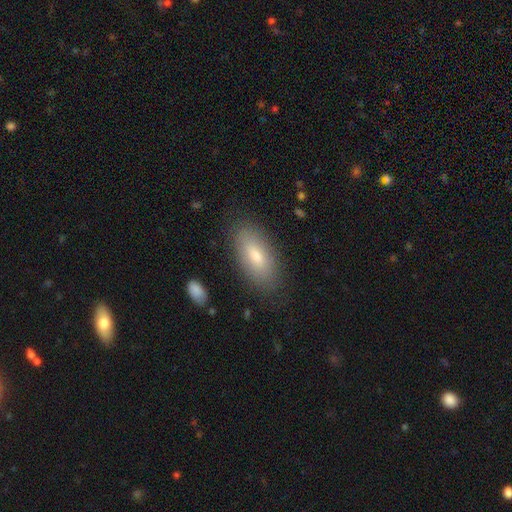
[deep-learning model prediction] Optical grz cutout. It shows a smooth galaxy with no disk features (76%) that is in between round and cigar-shaped (87%). Merging: none (84%).